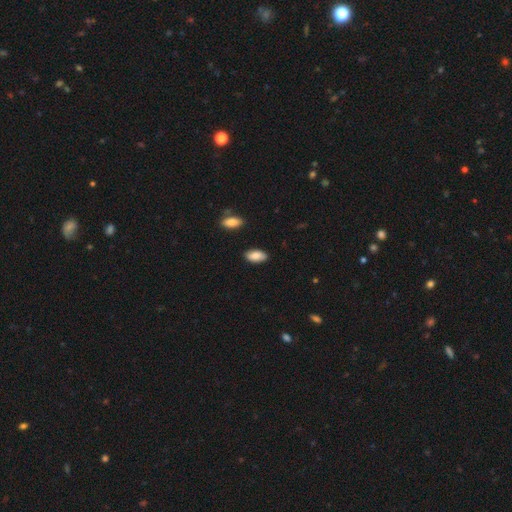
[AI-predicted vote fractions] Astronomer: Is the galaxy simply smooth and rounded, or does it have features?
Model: smooth — 85%.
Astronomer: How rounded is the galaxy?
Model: in between — 93%.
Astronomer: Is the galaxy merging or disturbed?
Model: none — 86%.